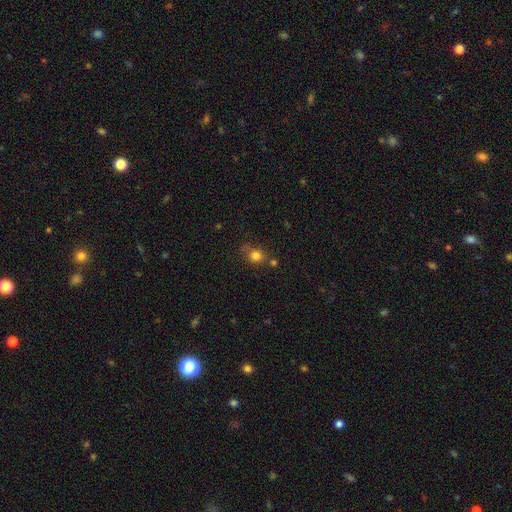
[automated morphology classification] This appears to be a smooth galaxy with no disk features (80%) that is round (74%). Merging: none (61%).